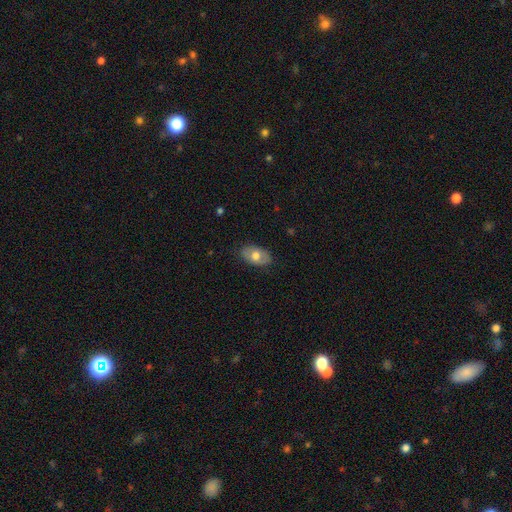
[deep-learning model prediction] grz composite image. It shows a smooth galaxy with no disk features (66%) that is in between round and cigar-shaped (91%). Merging: none (82%).